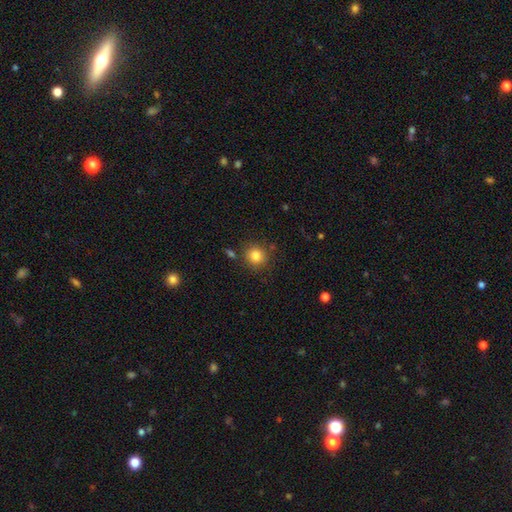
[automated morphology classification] This is clearly a smooth galaxy (83%). How rounded: clearly round (90%). Merging: clearly none (83%).